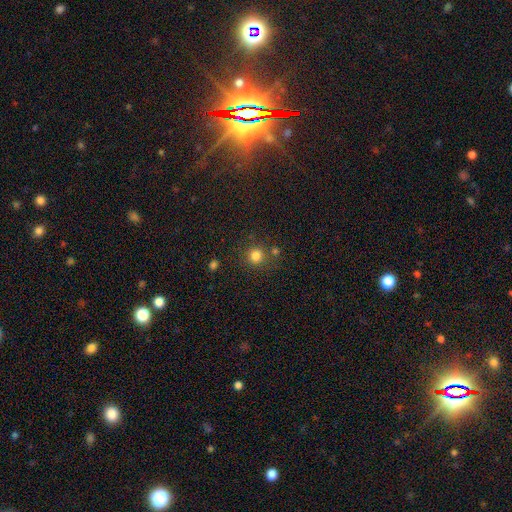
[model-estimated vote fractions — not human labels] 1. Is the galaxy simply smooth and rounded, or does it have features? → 81% smooth, 14% star or artifact, 5% featured or disk.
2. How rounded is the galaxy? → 92% round, 7% in between, 1% cigar-shaped.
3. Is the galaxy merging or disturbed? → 77% none, 10% merger, 9% minor disturbance, 4% major disturbance.